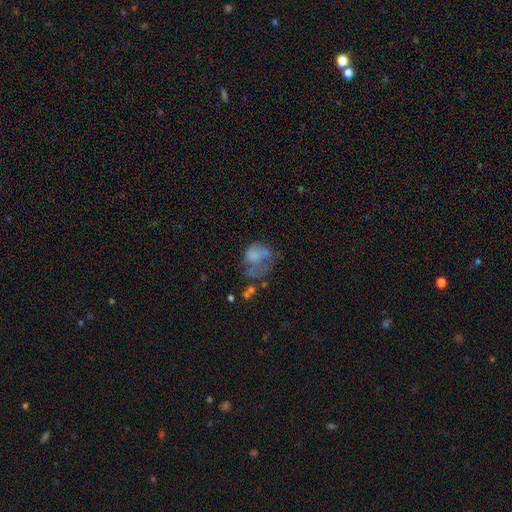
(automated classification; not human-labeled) smooth 57%, featured or disk 31%, star or artifact 12%. Down the decision tree: how rounded — round (51%); merging — major disturbance (40%).